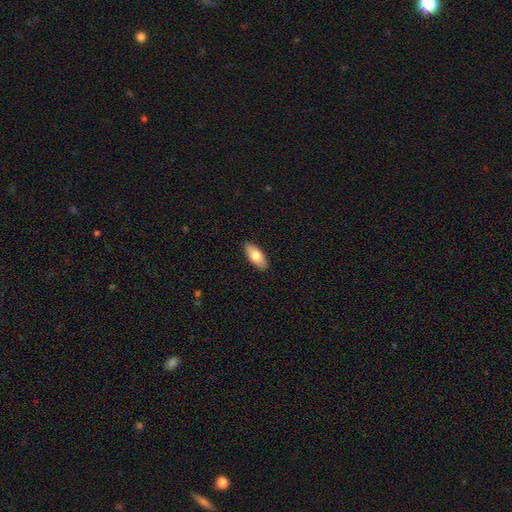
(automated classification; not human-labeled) This appears to be a smooth galaxy with no disk features (77%) that is in between round and cigar-shaped (86%). Merging: none (89%).